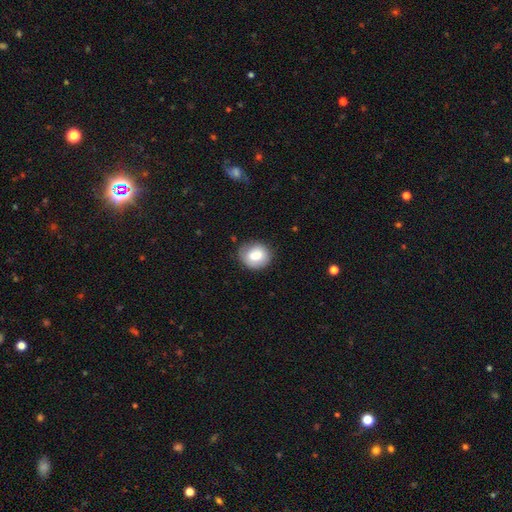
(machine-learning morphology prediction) This is likely a smooth galaxy (79%). How rounded: likely round (74%). Merging: likely none (76%).